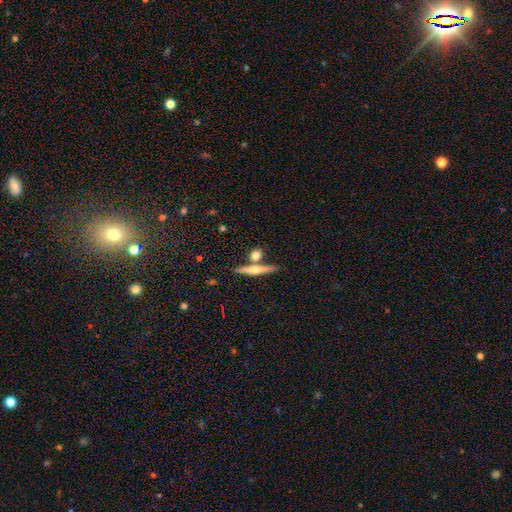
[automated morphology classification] The model was most divided on "how rounded": cigar-shaped: 43%, round: 36%, in between: 21%. More confident: merging — none (69%); smooth or featured — smooth (55%).